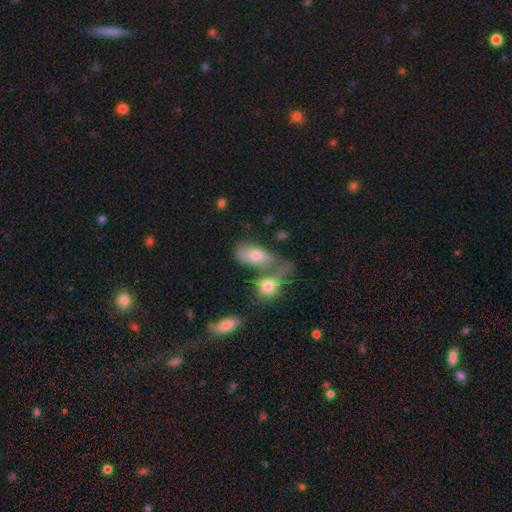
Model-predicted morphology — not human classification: Smooth or featured: smooth — 67% (featured or disk — 25%)
How rounded: in between — 83% (cigar-shaped — 9%)
Merging: merger — 51% (none — 27%)